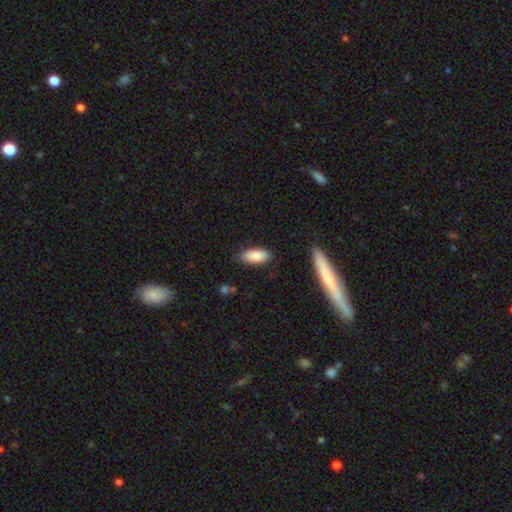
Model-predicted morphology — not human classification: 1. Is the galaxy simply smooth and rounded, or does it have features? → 87% smooth, 6% star or artifact, 6% featured or disk.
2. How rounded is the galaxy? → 84% in between, 14% cigar-shaped, 2% round.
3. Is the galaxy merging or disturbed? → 80% none, 15% minor disturbance, 3% major disturbance, 2% merger.